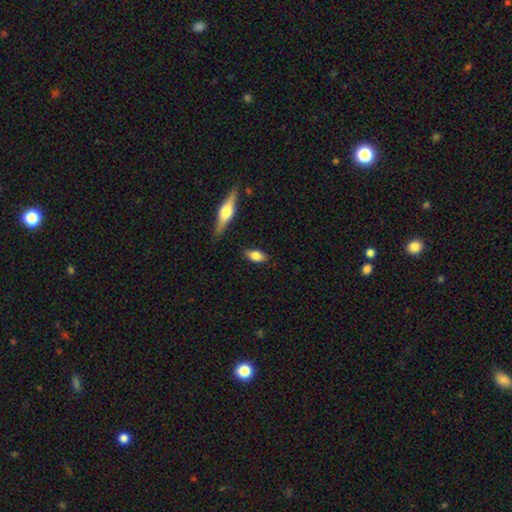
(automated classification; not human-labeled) A smooth galaxy with no disk features (74%) that is in between round and cigar-shaped (83%). Merging: none (85%).